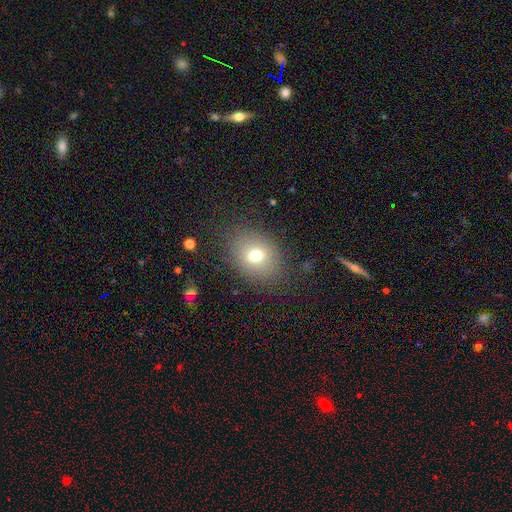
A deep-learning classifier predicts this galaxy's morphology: Smooth or featured: smooth — 71% (star or artifact — 15%)
How rounded: in between — 53% (round — 46%)
Merging: none — 80% (minor disturbance — 13%)